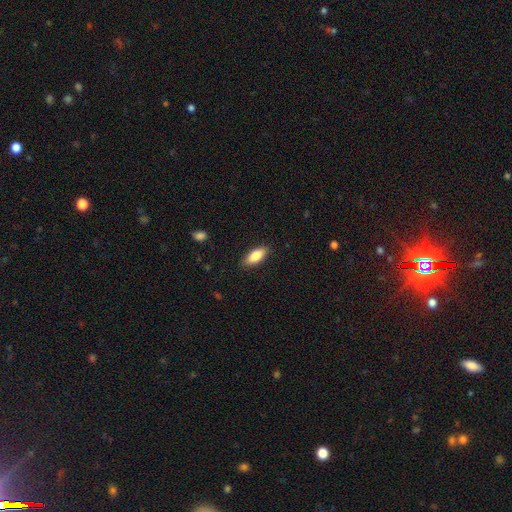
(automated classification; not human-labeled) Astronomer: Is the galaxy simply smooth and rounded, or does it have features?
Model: smooth — 83%.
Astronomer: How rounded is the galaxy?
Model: in between — 78%.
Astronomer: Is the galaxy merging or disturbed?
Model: none — 87%.